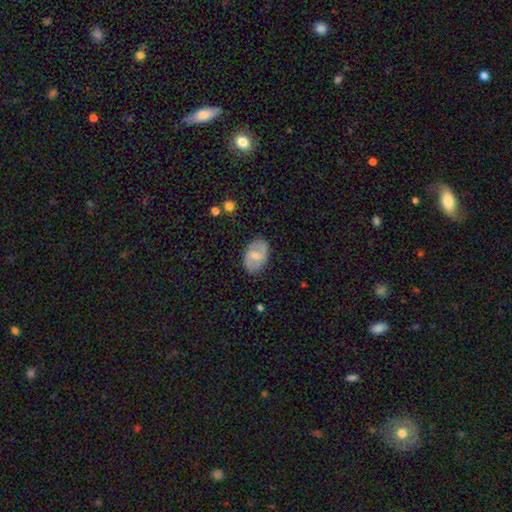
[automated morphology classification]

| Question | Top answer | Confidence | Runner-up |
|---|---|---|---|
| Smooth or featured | featured or disk | 63% | smooth (31%) |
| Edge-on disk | no | 96% | yes (4%) |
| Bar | weak | 56% | no (23%) |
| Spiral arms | yes | 81% | no (19%) |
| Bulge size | small | 45% | moderate (44%) |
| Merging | none | 81% | minor disturbance (14%) |